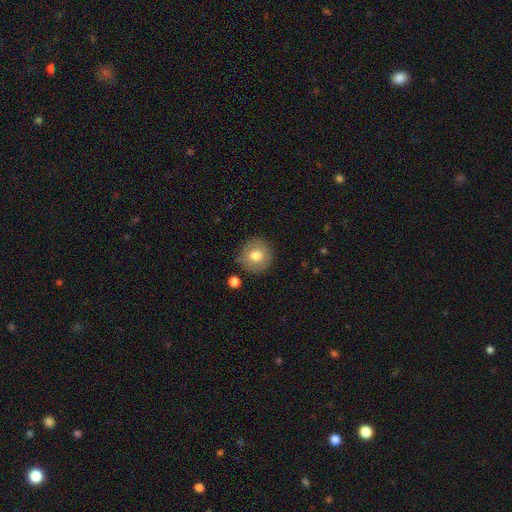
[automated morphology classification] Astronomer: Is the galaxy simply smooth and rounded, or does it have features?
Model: smooth — 74%.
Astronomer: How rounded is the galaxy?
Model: round — 93%.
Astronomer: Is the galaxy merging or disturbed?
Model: none — 85%.